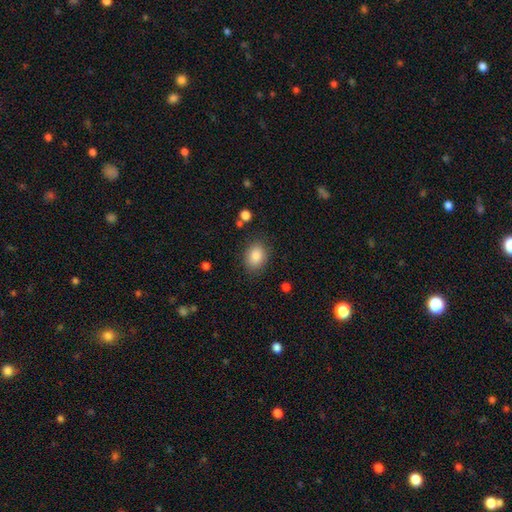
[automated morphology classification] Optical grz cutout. It shows a smooth galaxy with no disk features (86%) that is in between round and cigar-shaped (67%). Merging: none (82%).